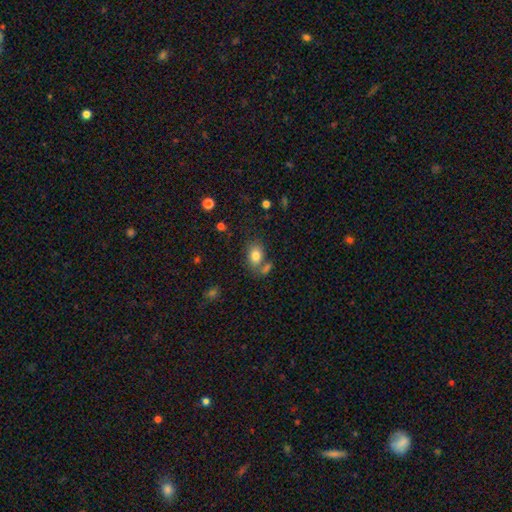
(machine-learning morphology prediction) Overall: smooth (81%). How rounded: in between (78%). Merging: none (59%; merger 20%).